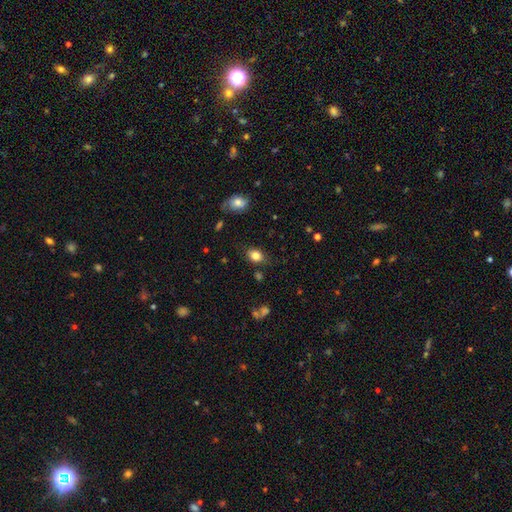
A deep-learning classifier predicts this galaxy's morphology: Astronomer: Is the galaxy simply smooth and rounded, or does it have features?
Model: smooth — 83%.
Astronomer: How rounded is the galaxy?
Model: in between — 63%.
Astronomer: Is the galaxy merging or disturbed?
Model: none — 79%.